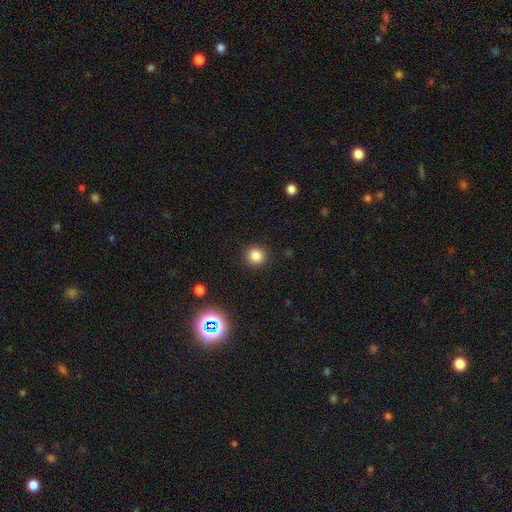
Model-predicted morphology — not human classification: The model was most divided on "smooth or featured": smooth: 83%, star or artifact: 12%, featured or disk: 4%. More confident: how rounded — round (94%); merging — none (92%).